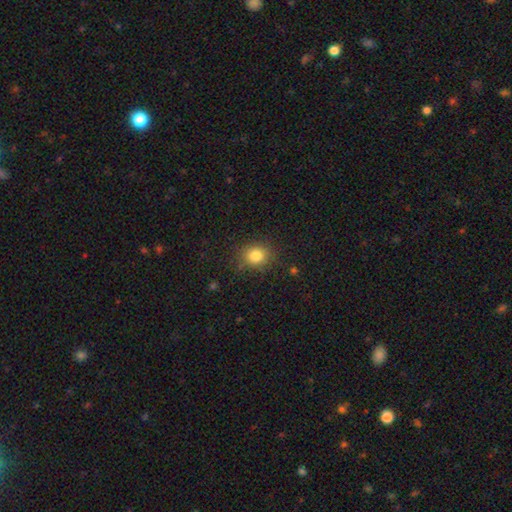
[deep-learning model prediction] A smooth galaxy with no disk features (83%) that is round (71%). Merging: none (83%).